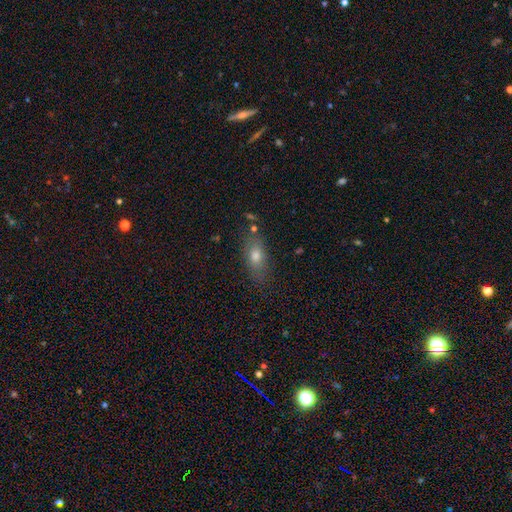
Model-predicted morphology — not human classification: smooth-or-featured: smooth: 70% | featured or disk: 18% | star or artifact: 12%
  how-rounded: in between: 71% | cigar-shaped: 21% | round: 8%
  merging: none: 78% | minor disturbance: 14% | merger: 4% | major disturbance: 4%